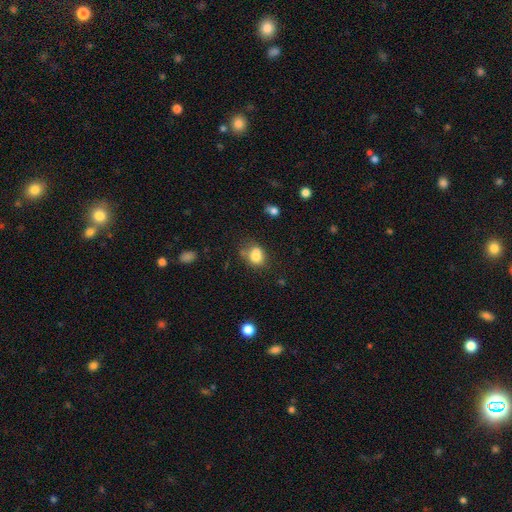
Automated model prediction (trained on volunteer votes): Smooth or featured?
  - smooth: 75% *
  - featured or disk: 13%
  - star or artifact: 11%
How rounded?
  - round: 53% *
  - in between: 46%
  - cigar-shaped: 1%
Merging?
  - none: 43% *
  - merger: 28%
  - minor disturbance: 20%
  - major disturbance: 9%